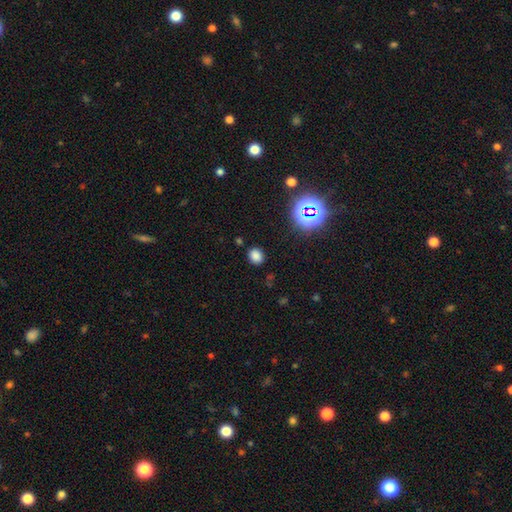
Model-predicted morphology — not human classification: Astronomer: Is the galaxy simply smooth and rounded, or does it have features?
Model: smooth — 77%.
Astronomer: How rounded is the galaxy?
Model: round — 60% (runner-up: in between, 39%).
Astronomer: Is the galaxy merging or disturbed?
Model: none — 86%.